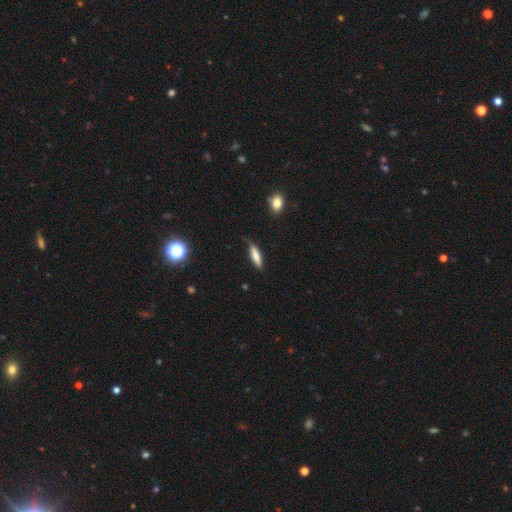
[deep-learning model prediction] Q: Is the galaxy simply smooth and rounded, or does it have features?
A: smooth — 75%.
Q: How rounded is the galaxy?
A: cigar-shaped — 68%.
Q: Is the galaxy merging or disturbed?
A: none — 62%.